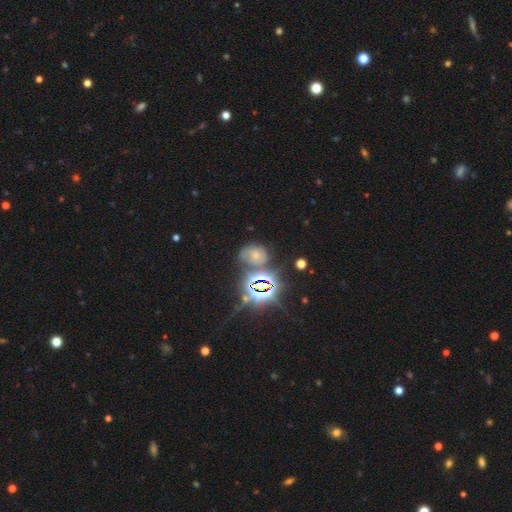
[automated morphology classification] Smooth or featured?
  - star or artifact: 42% *
  - smooth: 33%
  - featured or disk: 25%